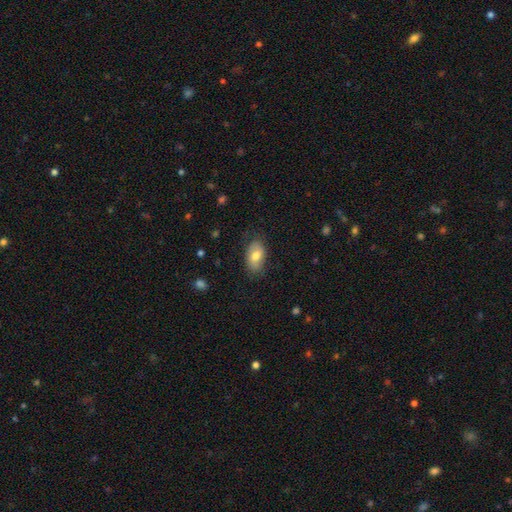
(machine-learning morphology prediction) type=smooth (72%); roundness=in between (92%); merging=none (77%).